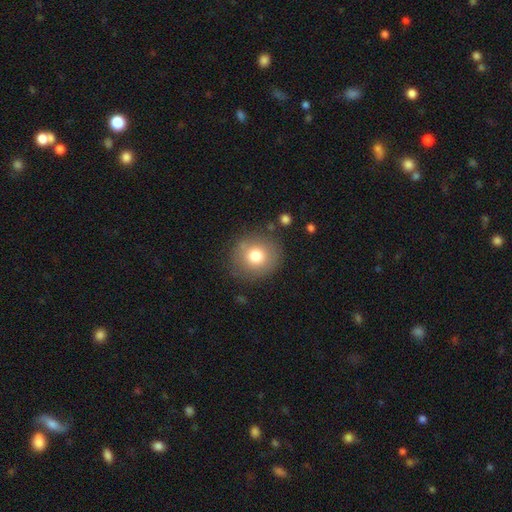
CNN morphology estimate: This appears to be a smooth galaxy with no disk features (76%) that is round (90%). Merging: none (83%).